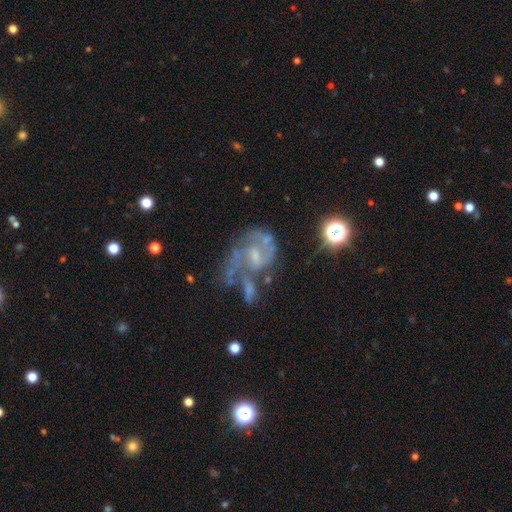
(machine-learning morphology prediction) Overall: featured or disk (76%). Edge-on disk: no (97%). Bar: weak (45%; no 44%). Spiral arms: yes (76%). Spiral arm count: 2 (50%; can't tell 24%). Spiral winding: medium (45%; loose 33%). Bulge size: small (47%; moderate 28%). Merging: major disturbance (34%; none 30%).